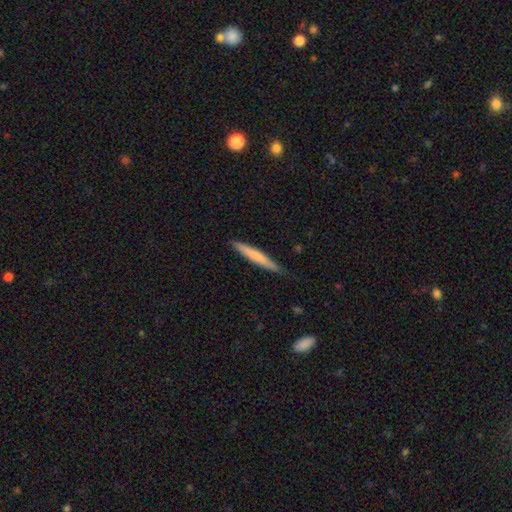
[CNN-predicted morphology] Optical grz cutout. It shows a smooth galaxy with no disk features (68%) that is cigar-shaped (95%). Merging: none (84%).